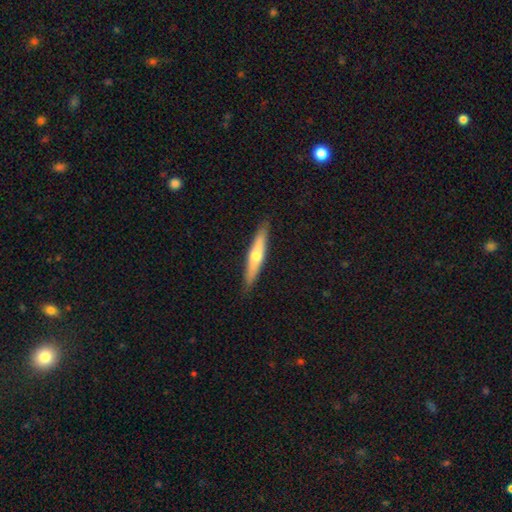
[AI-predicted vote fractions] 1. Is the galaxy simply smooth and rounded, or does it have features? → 48% featured or disk, 47% smooth, 5% star or artifact.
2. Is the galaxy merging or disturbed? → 89% none, 8% minor disturbance, 2% major disturbance, 1% merger.